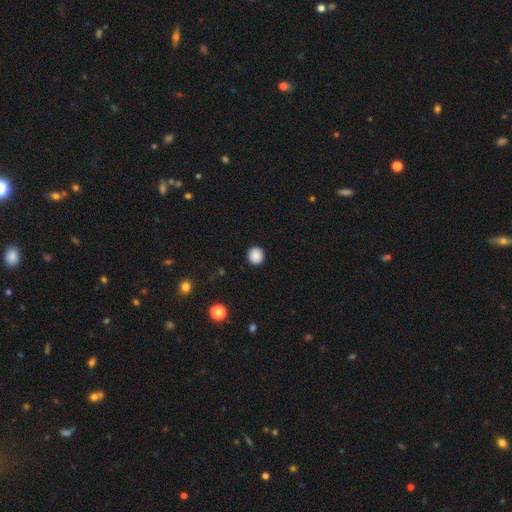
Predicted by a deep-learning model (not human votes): The model was most divided on "smooth or featured": smooth: 88%, star or artifact: 9%, featured or disk: 2%. More confident: how rounded — round (93%); merging — none (92%).